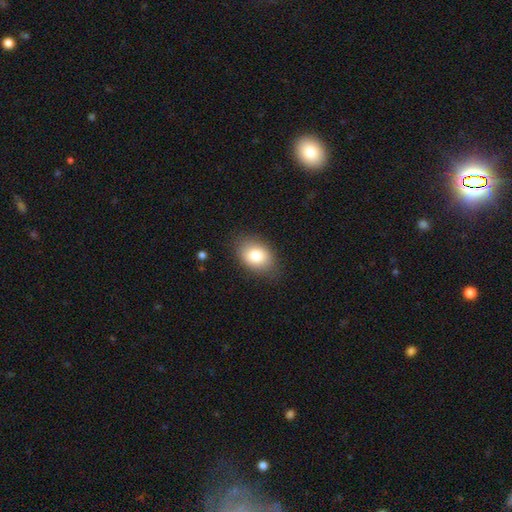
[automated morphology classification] Overall: smooth (82%). How rounded: in between (77%). Merging: none (81%).